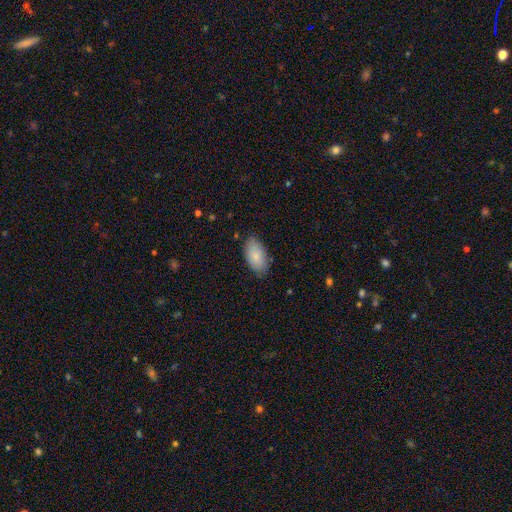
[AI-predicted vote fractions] Smooth or featured? Predicted: smooth (p=0.85). How rounded? Predicted: in between (p=0.95). Merging? Predicted: none (p=0.82).